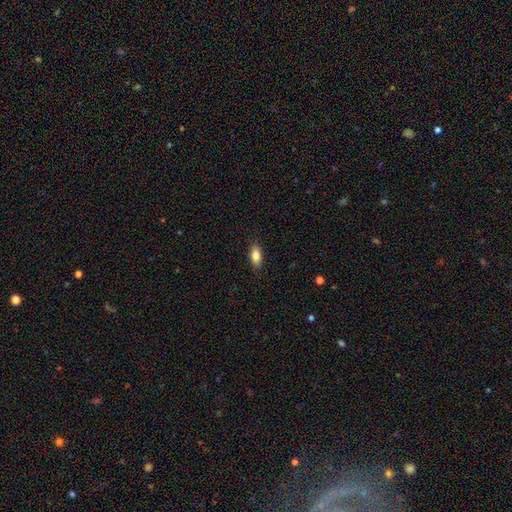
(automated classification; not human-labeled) Morphology: type=smooth (82%); roundness=in between (84%); merging=none (87%).